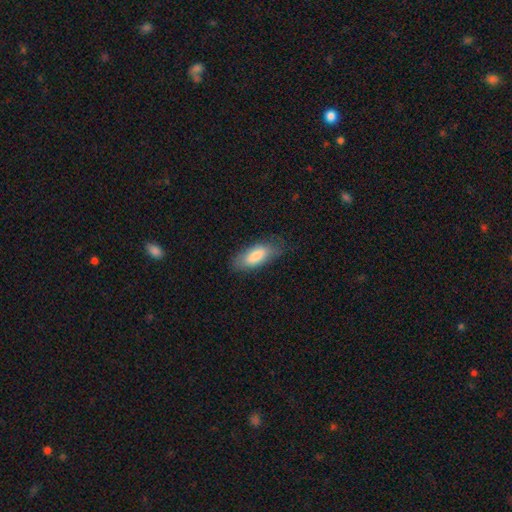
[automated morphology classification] This appears to be a smooth galaxy with no disk features (80%) that is in between round and cigar-shaped (79%). Merging: none (73%).